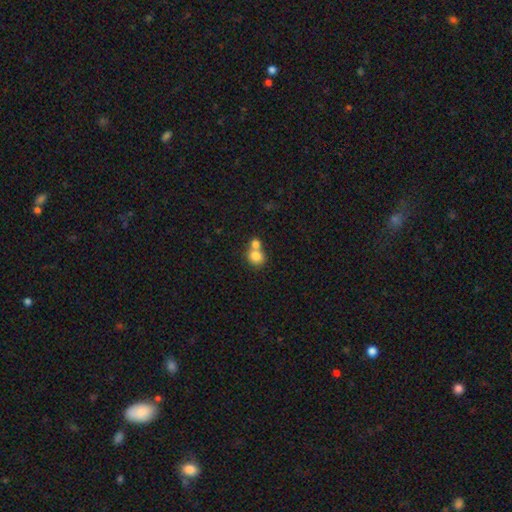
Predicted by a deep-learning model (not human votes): A smooth galaxy with no disk features (81%) that is round (80%).

Vote fractions:
- Smooth or featured? smooth: 81% / featured or disk: 10% / star or artifact: 10%
- How rounded? round: 80% / in between: 19% / cigar-shaped: 1%
- Merging? merger: 56% / none: 36% / minor disturbance: 6% / major disturbance: 3%